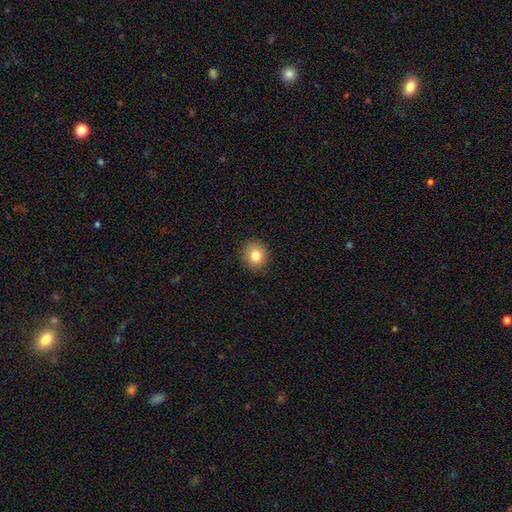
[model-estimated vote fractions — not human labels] Smooth or featured? Predicted: smooth (p=0.82). How rounded? Predicted: round (p=0.83). Merging? Predicted: none (p=0.91).